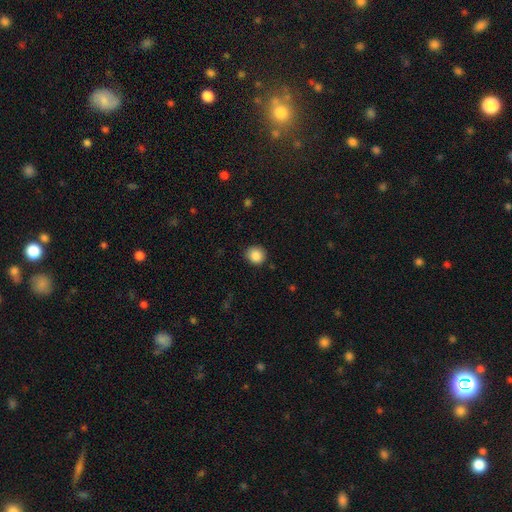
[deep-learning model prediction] This appears to be a smooth galaxy with no disk features (87%) that is round (88%). Merging: none (87%).